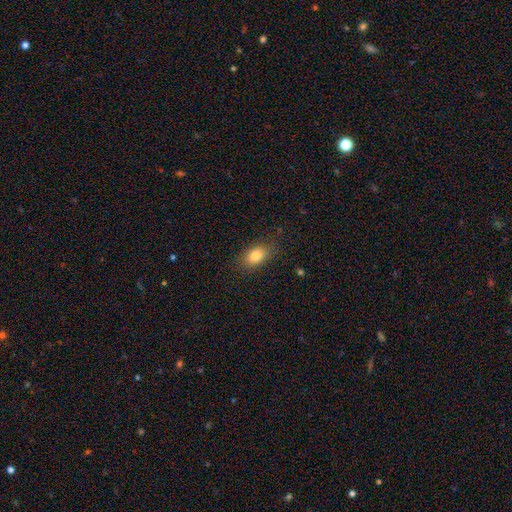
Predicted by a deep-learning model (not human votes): This is clearly a smooth galaxy (83%). How rounded: clearly in between (83%). Merging: clearly none (82%).